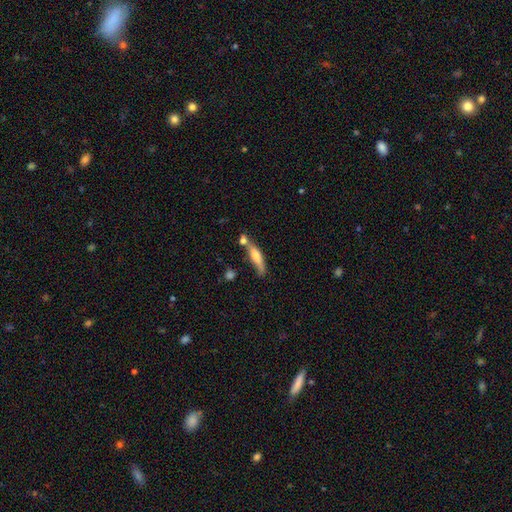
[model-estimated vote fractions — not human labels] Smooth or featured? Predicted: smooth (p=0.54). How rounded? Predicted: cigar-shaped (p=0.77). Merging? Predicted: none (p=0.51).